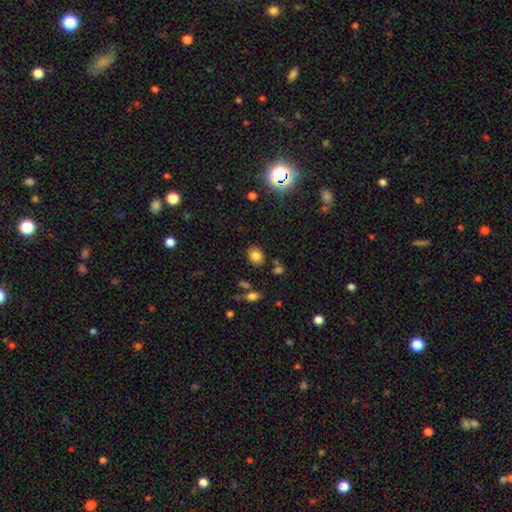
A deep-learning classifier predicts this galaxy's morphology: smooth 80%, star or artifact 12%, featured or disk 8%. Down the decision tree: how rounded — in between (58%); merging — none (82%).